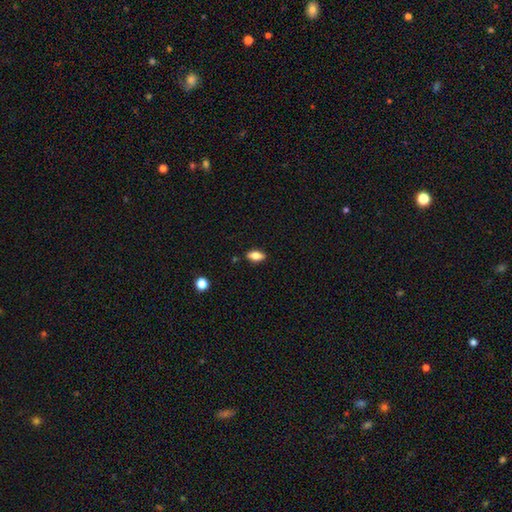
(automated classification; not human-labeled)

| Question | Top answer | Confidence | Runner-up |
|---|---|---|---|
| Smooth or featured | smooth | 78% | featured or disk (13%) |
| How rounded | in between | 88% | cigar-shaped (7%) |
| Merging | none | 86% | minor disturbance (10%) |